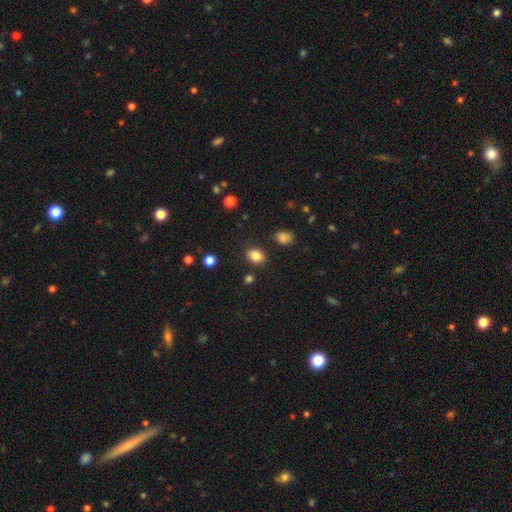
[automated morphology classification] Overall: smooth (84%). How rounded: in between (68%; round 31%). Merging: none (84%).